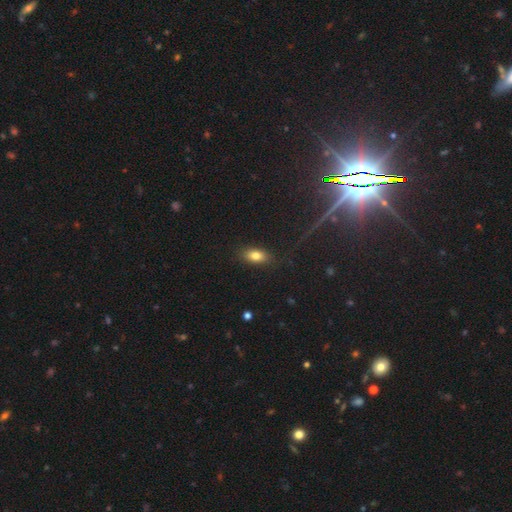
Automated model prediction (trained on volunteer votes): Smooth or featured? smooth (81%)
How rounded? in between (86%)
Merging? none (85%)